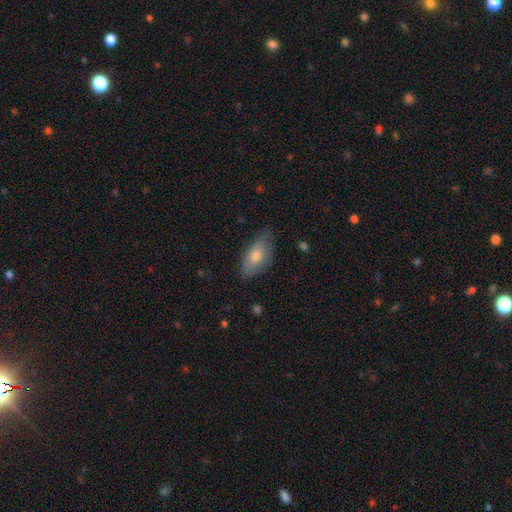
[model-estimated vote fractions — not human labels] Smooth or featured? smooth (69%)
How rounded? in between (86%)
Merging? none (75%)